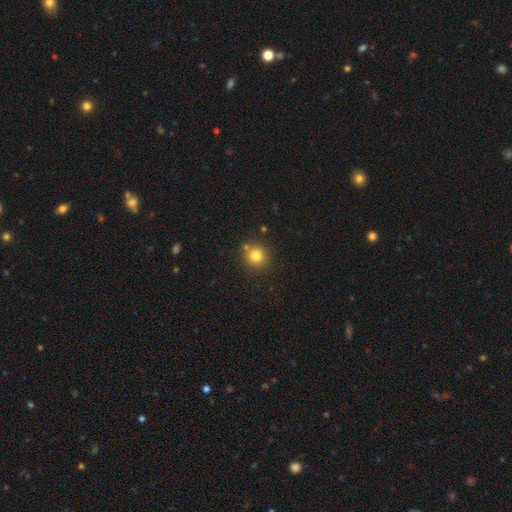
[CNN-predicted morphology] Smooth or featured? Predicted: smooth (p=0.80). How rounded? Predicted: round (p=0.92). Merging? Predicted: none (p=0.81).